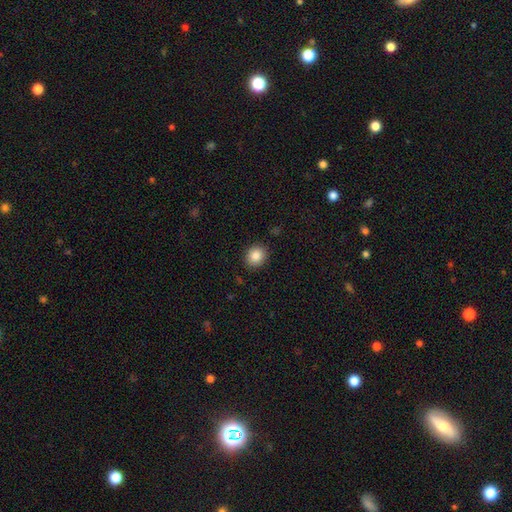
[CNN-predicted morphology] This appears to be a smooth galaxy with no disk features (85%) that is round (75%). Merging: none (89%).